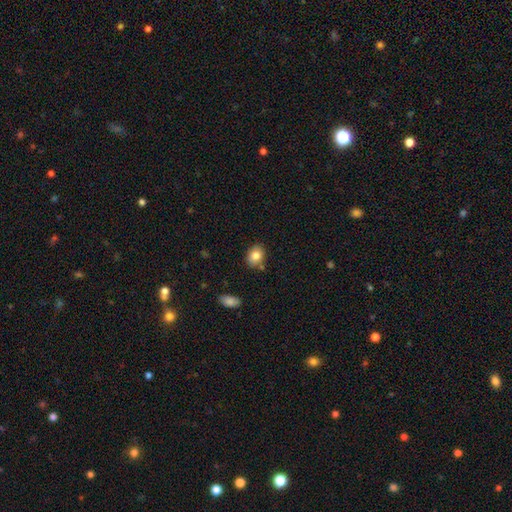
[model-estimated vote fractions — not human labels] Smooth or featured? Predicted: smooth (p=0.81). How rounded? Predicted: in between (p=0.59). Merging? Predicted: none (p=0.77).